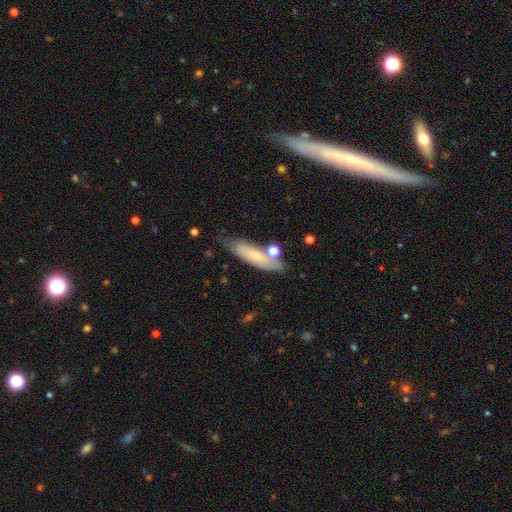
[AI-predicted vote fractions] A smooth galaxy with no disk features (62%) that is cigar-shaped (58%). Merging: none (63%).